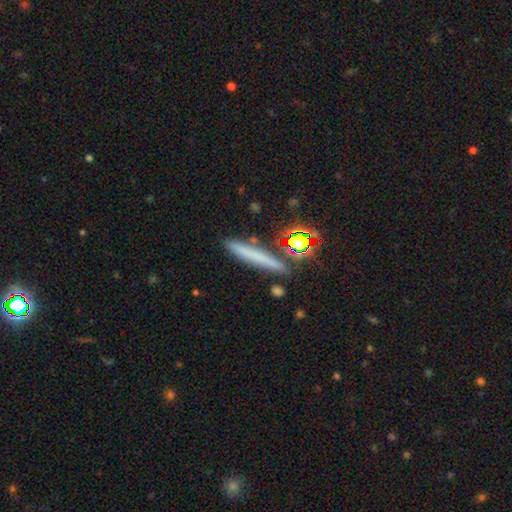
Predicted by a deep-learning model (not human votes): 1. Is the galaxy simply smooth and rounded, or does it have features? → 59% smooth, 25% featured or disk, 16% star or artifact.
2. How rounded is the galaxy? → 90% cigar-shaped, 5% round, 5% in between.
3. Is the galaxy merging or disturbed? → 84% none, 9% minor disturbance, 4% merger, 3% major disturbance.